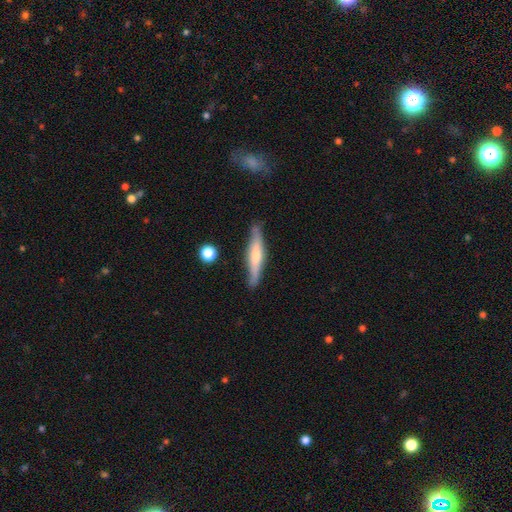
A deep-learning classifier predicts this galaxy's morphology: This appears to be a featured or disk galaxy (52%) viewed edge-on (92%). Merging: none (82%).